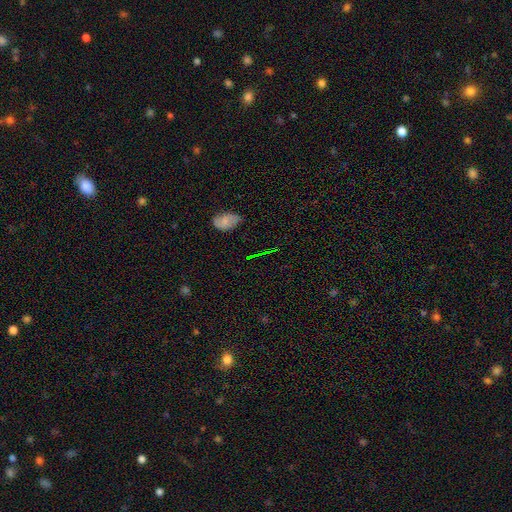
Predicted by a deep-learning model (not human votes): This appears to be a star or artifact, not a galaxy (49%).